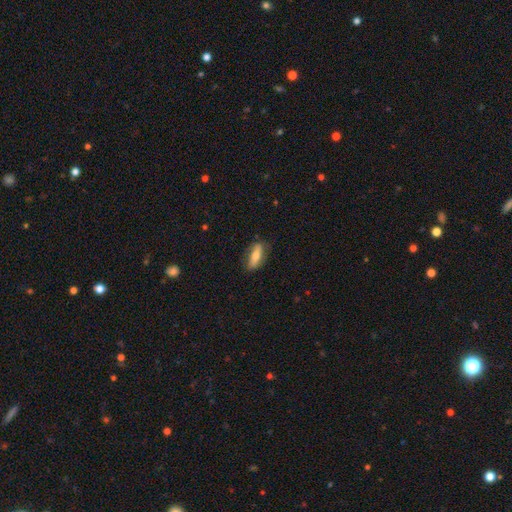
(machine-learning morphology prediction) smooth-or-featured: smooth: 63% | featured or disk: 31% | star or artifact: 6%
  how-rounded: in between: 55% | cigar-shaped: 42% | round: 3%
  merging: none: 81% | minor disturbance: 15% | major disturbance: 3% | merger: 1%